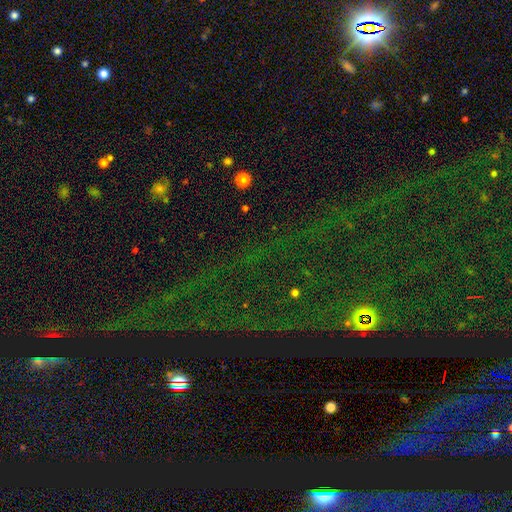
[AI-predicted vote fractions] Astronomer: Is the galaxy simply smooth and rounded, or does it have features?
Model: star or artifact — 80%.